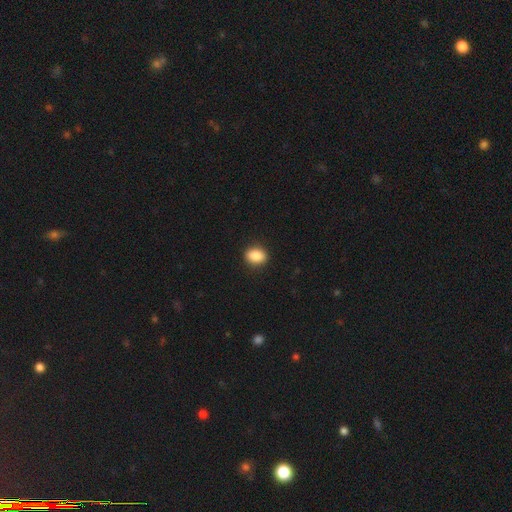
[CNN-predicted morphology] Smooth or featured: smooth — 88% (star or artifact — 8%)
How rounded: in between — 62% (round — 37%)
Merging: none — 90% (minor disturbance — 7%)